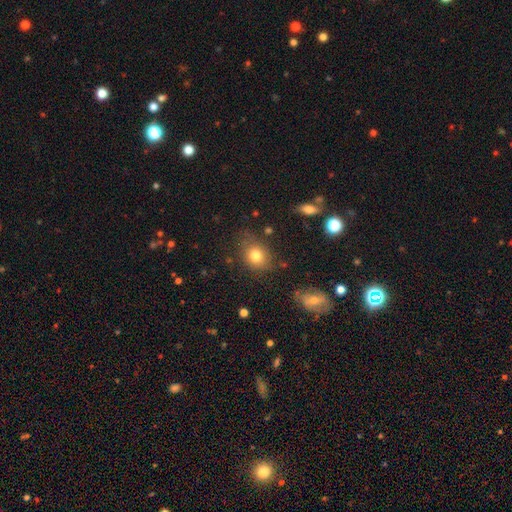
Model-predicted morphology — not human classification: Smooth or featured? smooth (79%)
How rounded? round (55%)
Merging? none (74%)